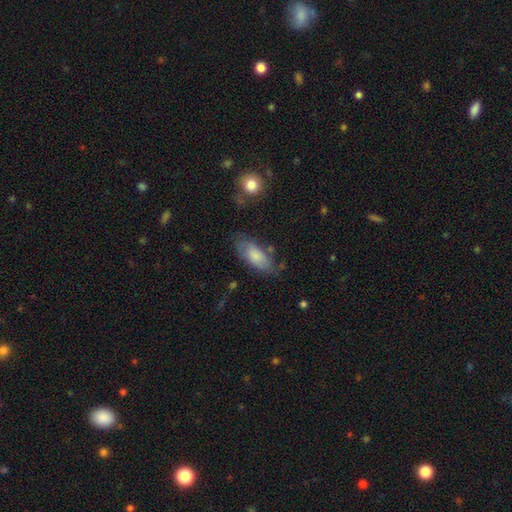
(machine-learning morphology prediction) A smooth galaxy with no disk features (70%) that is in between round and cigar-shaped (87%). Merging: none (63%).